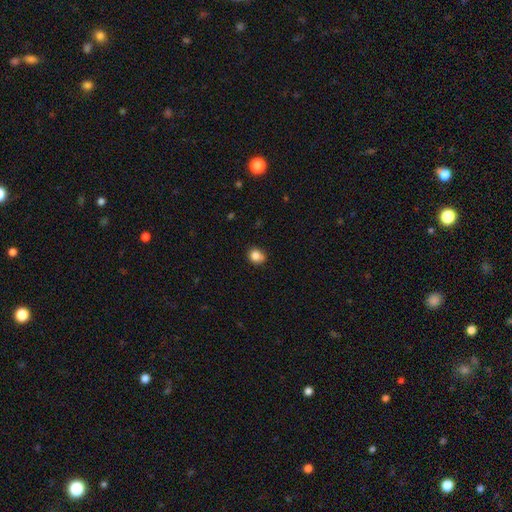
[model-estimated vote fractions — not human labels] The model was most divided on "merging": none: 71%, minor disturbance: 22%, major disturbance: 4%, merger: 4%. More confident: smooth or featured — smooth (84%); how rounded — round (75%).